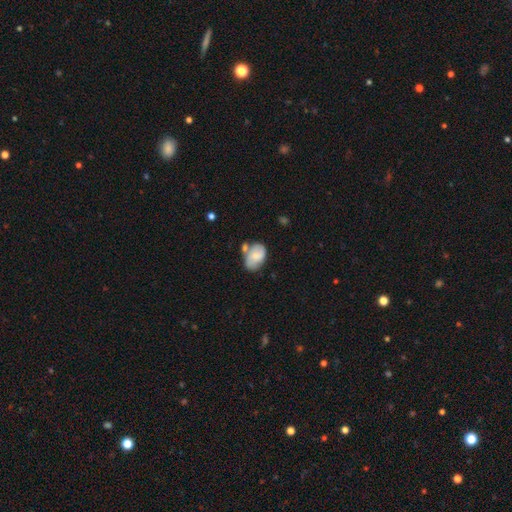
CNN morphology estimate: This appears to be a smooth galaxy with no disk features (61%) that is in between round and cigar-shaped (82%). Merging: none (44%).